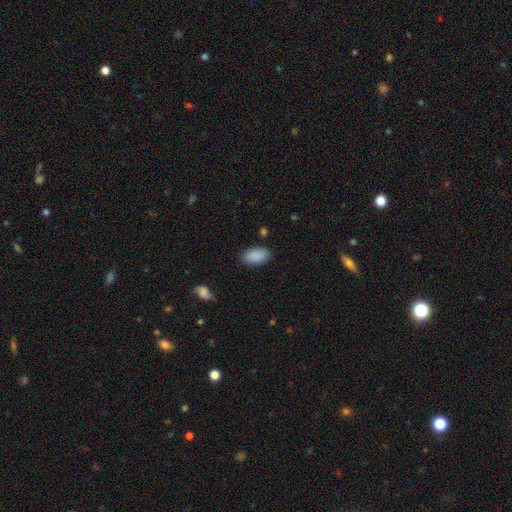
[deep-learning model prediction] A smooth galaxy with no disk features (89%) that is in between round and cigar-shaped (94%).

Vote fractions:
- Smooth or featured? smooth: 89% / star or artifact: 7% / featured or disk: 4%
- How rounded? in between: 94% / round: 4% / cigar-shaped: 2%
- Merging? none: 85% / minor disturbance: 11% / major disturbance: 3% / merger: 2%